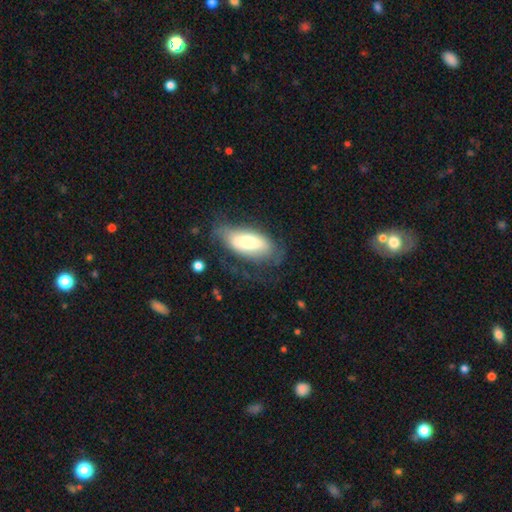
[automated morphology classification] The model was most divided on "smooth or featured": smooth: 51%, featured or disk: 37%, star or artifact: 11%. More confident: how rounded — in between (77%); merging — none (57%).